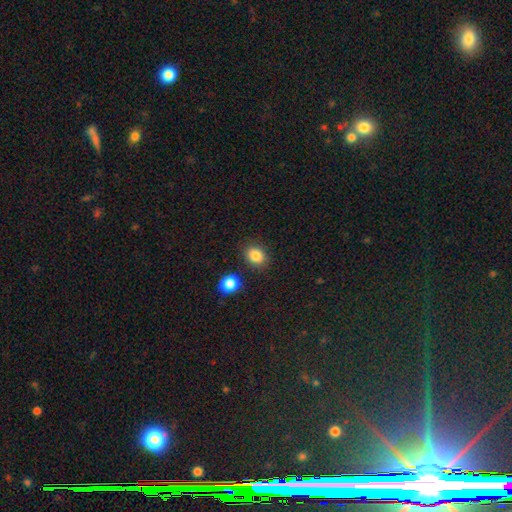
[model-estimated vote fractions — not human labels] This is clearly a smooth galaxy (85%). How rounded: possibly in between (53%). Merging: clearly none (84%).